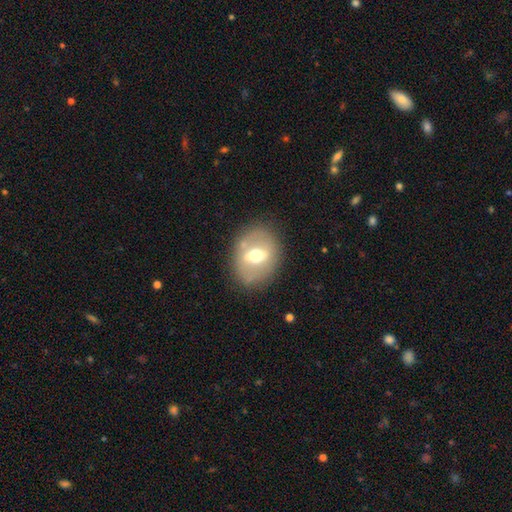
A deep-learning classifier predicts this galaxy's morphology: This is possibly a featured or disk galaxy (51%). It is clearly not viewed edge-on (87%). Merging: likely none (80%).